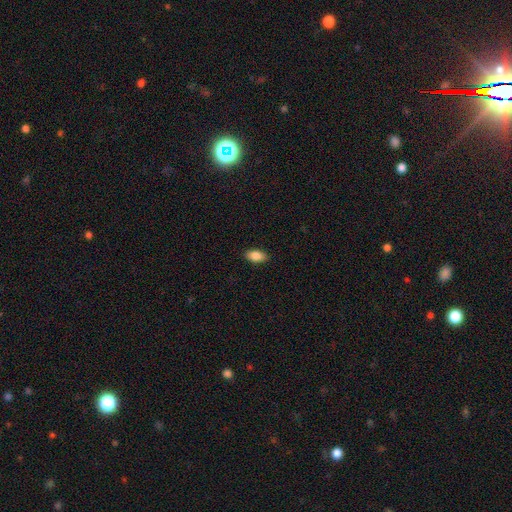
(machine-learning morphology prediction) Q: Smooth or featured?
A: smooth (86%); runner-up: star or artifact (7%)
Q: How rounded?
A: in between (91%); runner-up: cigar-shaped (4%)
Q: Merging?
A: none (87%); runner-up: minor disturbance (10%)